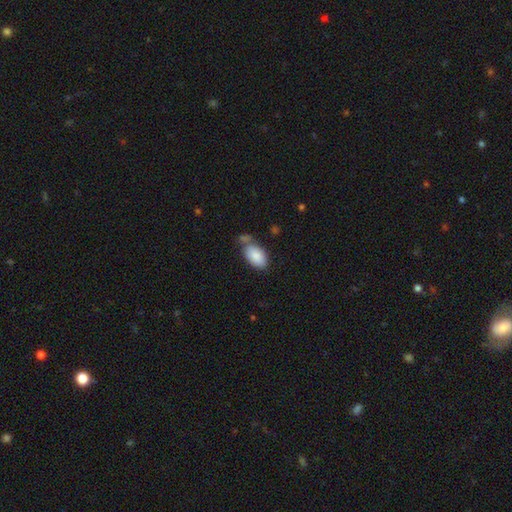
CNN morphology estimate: Smooth or featured? smooth (86%)
How rounded? in between (94%)
Merging? none (57%)